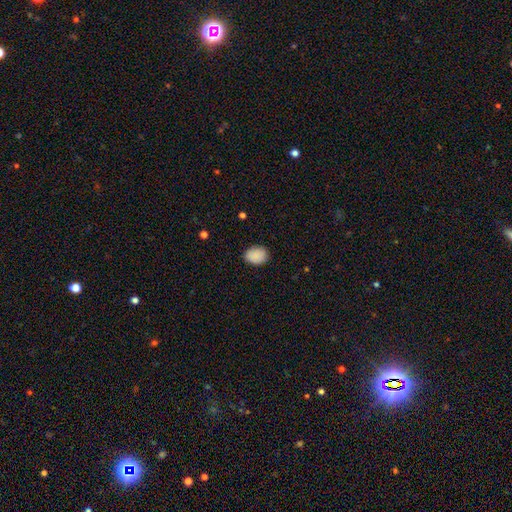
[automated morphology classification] This appears to be a smooth galaxy with no disk features (90%) that is in between round and cigar-shaped (65%). Merging: none (85%).